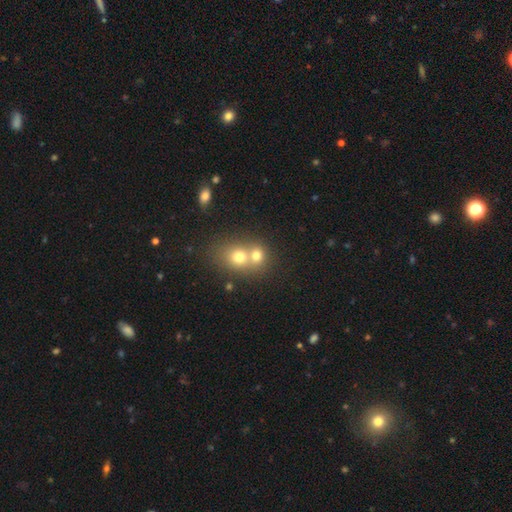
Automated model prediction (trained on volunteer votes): This appears to be a smooth galaxy with no disk features (60%) that is round (69%). Merging: merger (52%).